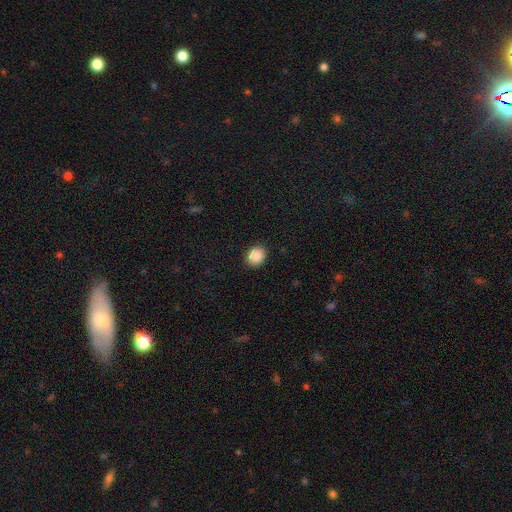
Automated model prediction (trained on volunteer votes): Smooth or featured? smooth (87%)
How rounded? round (72%)
Merging? none (88%)